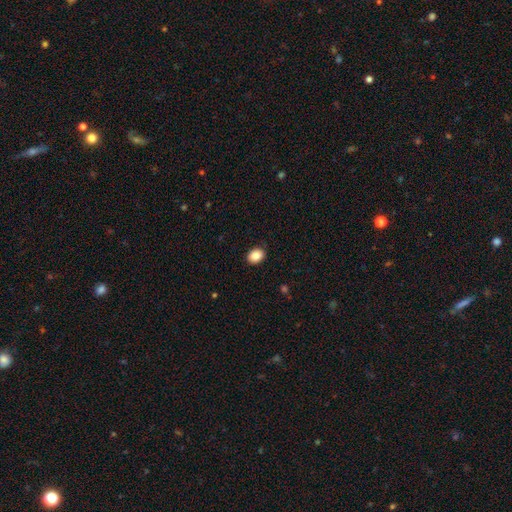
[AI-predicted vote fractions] Morphology: type=smooth (87%); roundness=in between (65%); merging=none (89%).